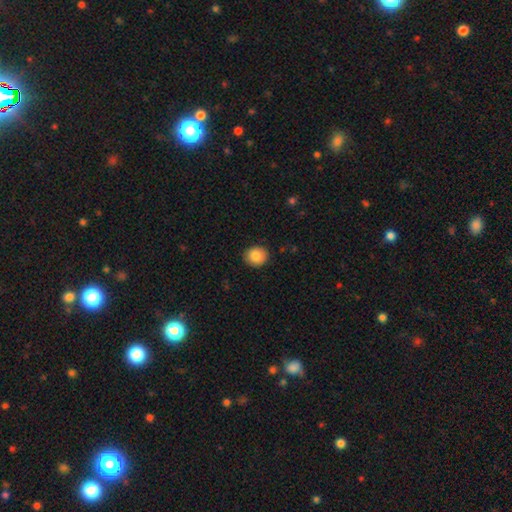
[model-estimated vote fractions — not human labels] Smooth or featured?
  - smooth: 86% *
  - star or artifact: 8%
  - featured or disk: 6%
How rounded?
  - round: 75% *
  - in between: 24%
  - cigar-shaped: 1%
Merging?
  - none: 88% *
  - minor disturbance: 9%
  - major disturbance: 2%
  - merger: 1%